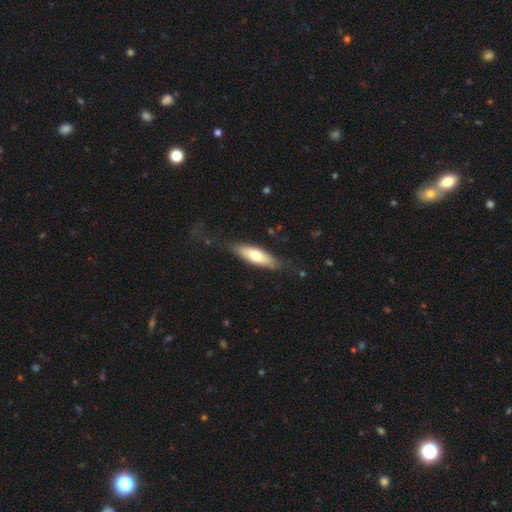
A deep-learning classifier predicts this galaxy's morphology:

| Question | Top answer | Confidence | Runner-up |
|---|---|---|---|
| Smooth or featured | smooth | 63% | featured or disk (31%) |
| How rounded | in between | 49% | tied: cigar-shaped (49%) |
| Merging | none | 78% | minor disturbance (16%) |